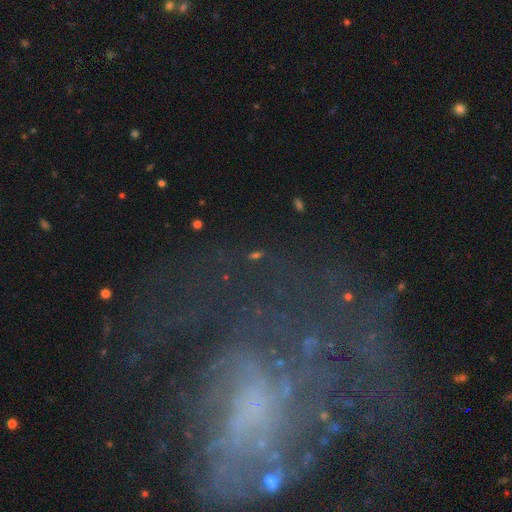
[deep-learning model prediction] Morphology: type=star or artifact (55%).